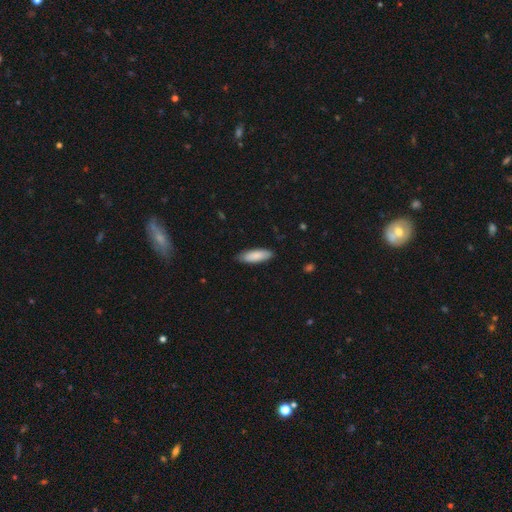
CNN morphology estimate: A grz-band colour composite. It shows a smooth galaxy with no disk features (87%) that is in between round and cigar-shaped (61%). Merging: none (85%).